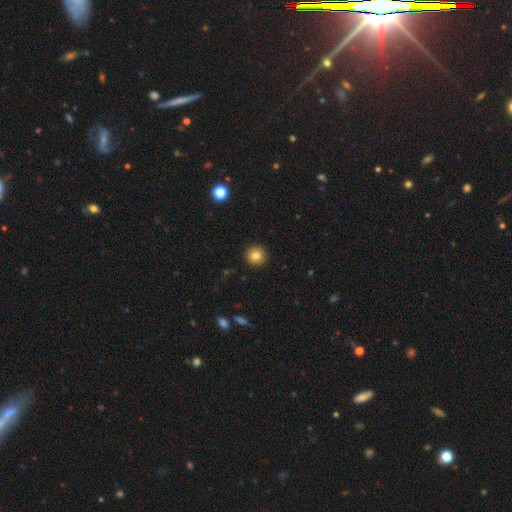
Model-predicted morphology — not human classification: This is clearly a smooth galaxy (82%). How rounded: clearly round (95%). Merging: clearly none (93%).